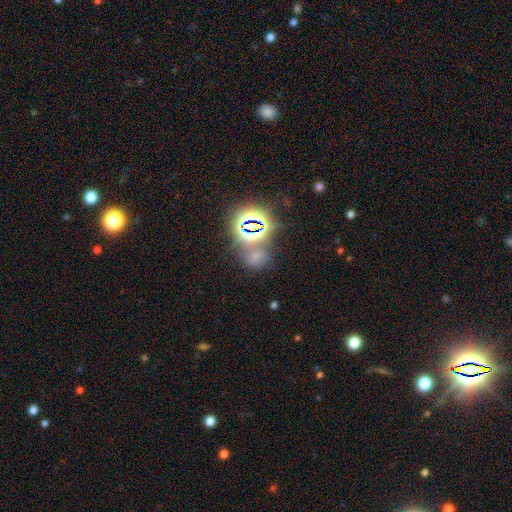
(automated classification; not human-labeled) Smooth or featured?
  - star or artifact: 54% *
  - smooth: 37%
  - featured or disk: 9%